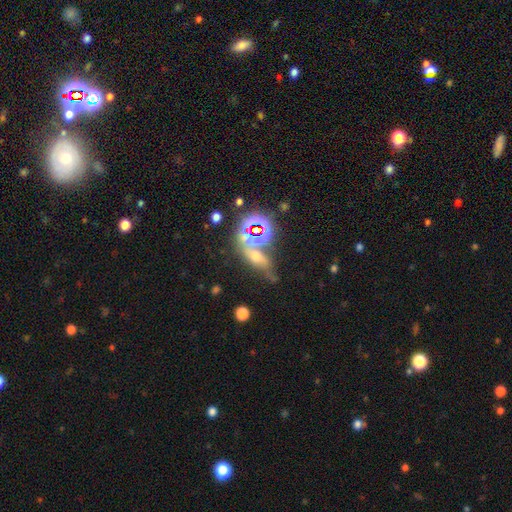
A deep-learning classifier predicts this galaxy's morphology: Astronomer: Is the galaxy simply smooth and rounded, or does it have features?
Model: star or artifact — 43% (runner-up: smooth, 36%).